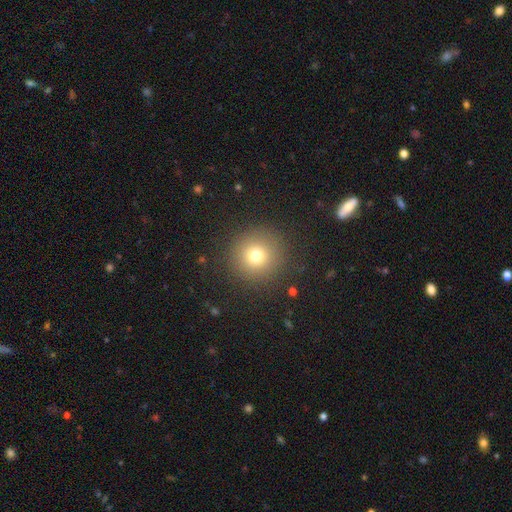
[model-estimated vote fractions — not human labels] This is likely a smooth galaxy (74%). How rounded: clearly round (95%). Merging: clearly none (88%).